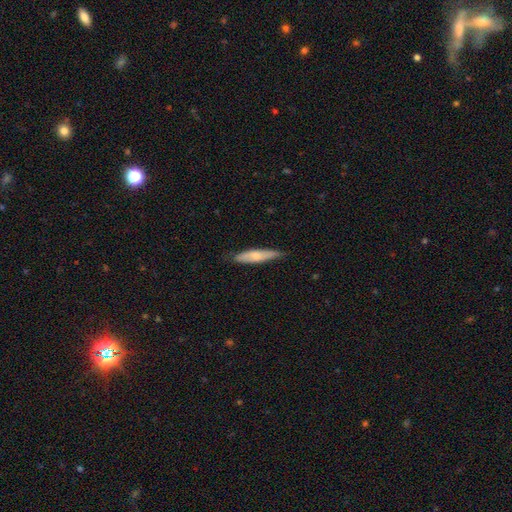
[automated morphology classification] A smooth galaxy with no disk features (64%) that is cigar-shaped (82%).

Vote fractions:
- Smooth or featured? smooth: 64% / featured or disk: 30% / star or artifact: 6%
- How rounded? cigar-shaped: 82% / in between: 17% / round: 2%
- Merging? none: 75% / minor disturbance: 20% / major disturbance: 3% / merger: 1%